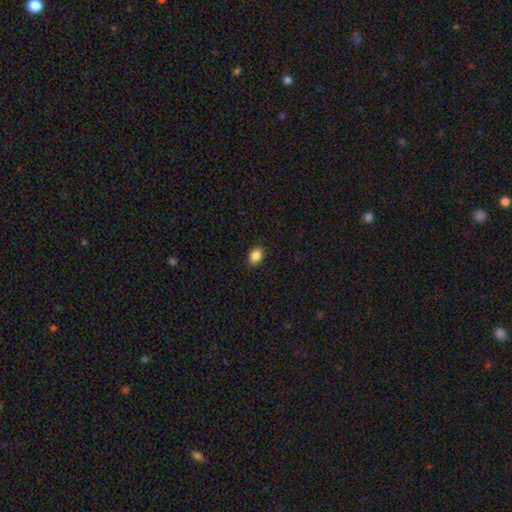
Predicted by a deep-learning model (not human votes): Smooth or featured? smooth (88%)
How rounded? in between (79%)
Merging? none (88%)